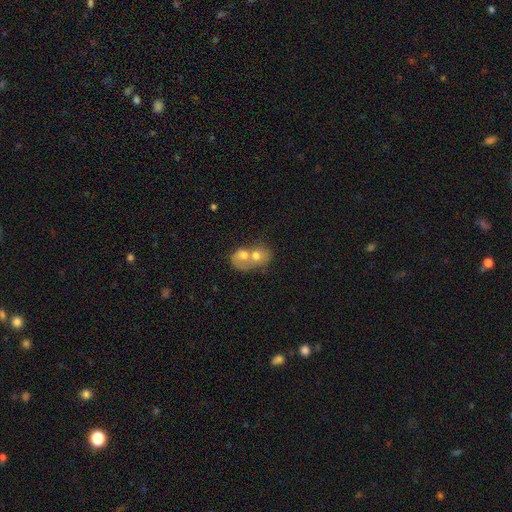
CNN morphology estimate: Smooth or featured: smooth — 54% (featured or disk — 36%)
How rounded: in between — 53% (round — 46%)
Merging: merger — 80% (none — 11%)